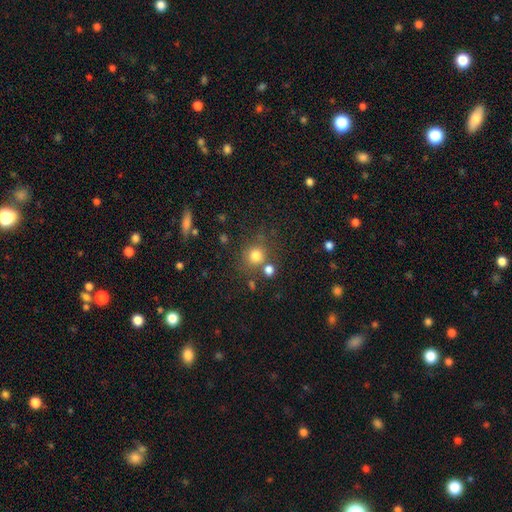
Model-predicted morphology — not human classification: This is likely a smooth galaxy (78%). How rounded: clearly round (88%). Merging: likely none (71%).